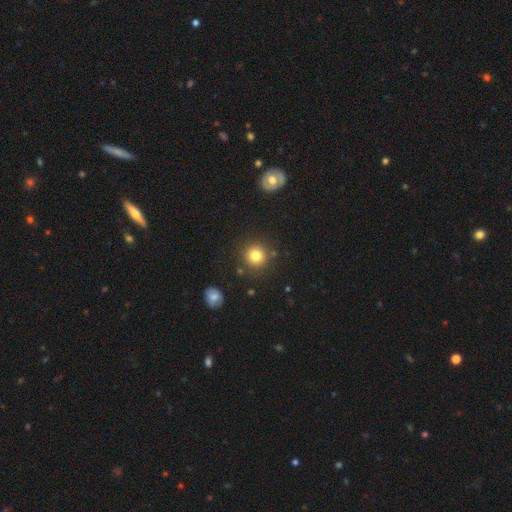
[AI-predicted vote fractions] smooth_or_featured: smooth (p=0.81) [alt: star or artifact p=0.12]
how_rounded: round (p=0.94) [alt: in between p=0.05]
merging: none (p=0.87) [alt: minor disturbance p=0.07]